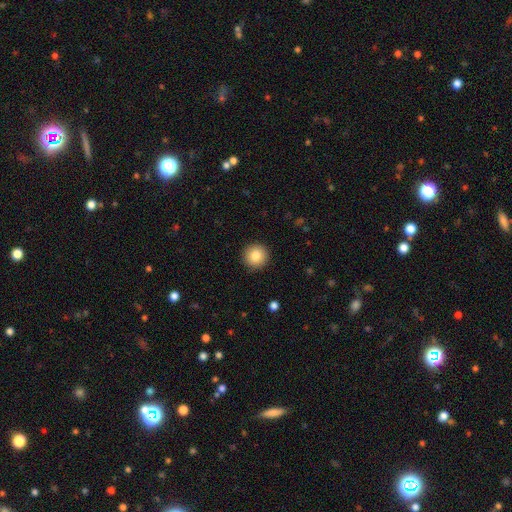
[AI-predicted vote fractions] This is clearly a smooth galaxy (84%). How rounded: clearly round (95%). Merging: clearly none (92%).